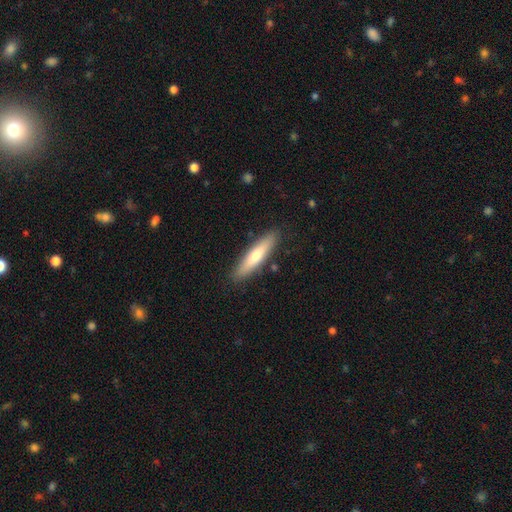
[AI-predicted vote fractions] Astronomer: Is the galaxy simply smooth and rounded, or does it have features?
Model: smooth — 66%.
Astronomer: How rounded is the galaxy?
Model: cigar-shaped — 82%.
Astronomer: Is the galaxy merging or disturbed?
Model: none — 88%.